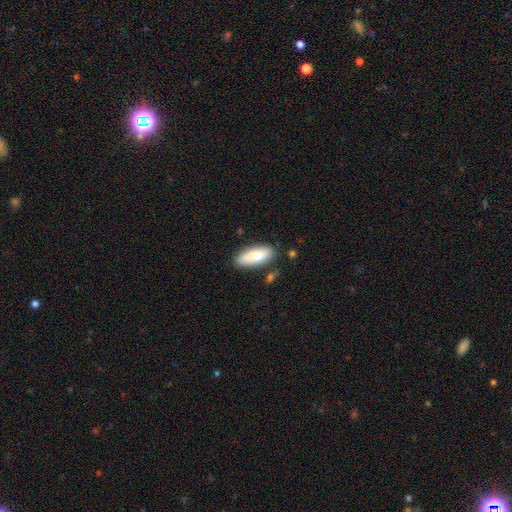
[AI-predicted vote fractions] A smooth galaxy with no disk features (82%) that is in between round and cigar-shaped (76%). Merging: none (81%).